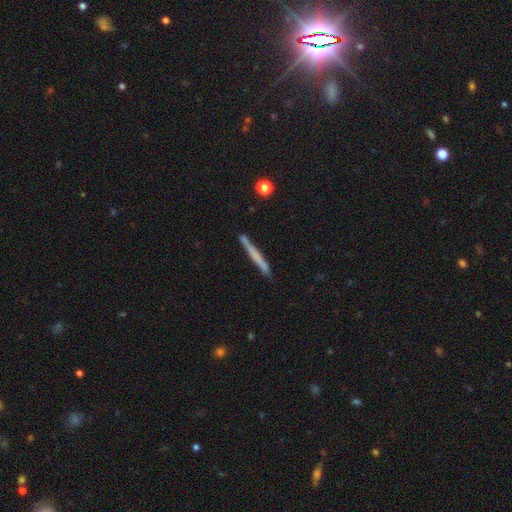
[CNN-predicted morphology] This appears to be a smooth galaxy with no disk features (56%) that is cigar-shaped (97%). Merging: none (85%).